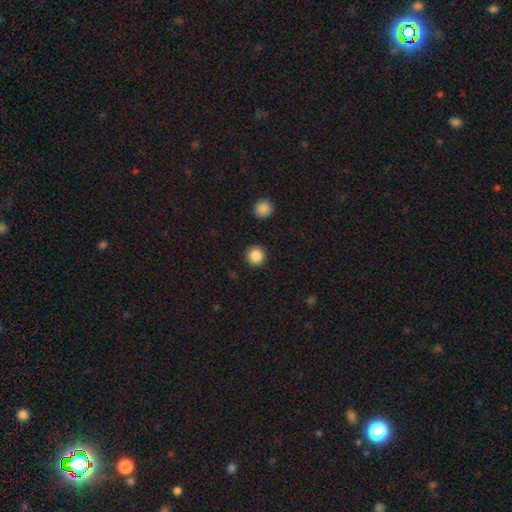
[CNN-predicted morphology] The model was most divided on "smooth or featured": smooth: 86%, star or artifact: 10%, featured or disk: 4%. More confident: how rounded — round (96%); merging — none (92%).